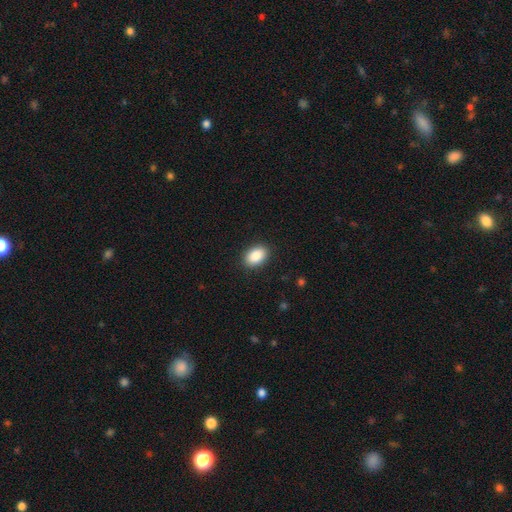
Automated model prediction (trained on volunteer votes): Q: Smooth or featured?
A: smooth (89%); runner-up: star or artifact (7%)
Q: How rounded?
A: in between (88%); runner-up: round (11%)
Q: Merging?
A: none (90%); runner-up: minor disturbance (7%)